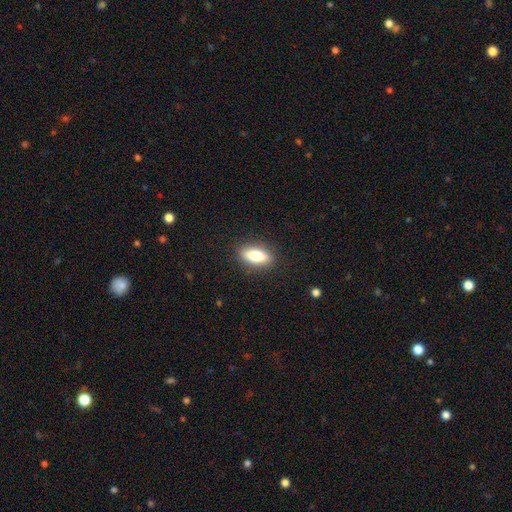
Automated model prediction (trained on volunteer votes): Q: Smooth or featured?
A: smooth (81%); runner-up: featured or disk (12%)
Q: How rounded?
A: in between (75%); runner-up: cigar-shaped (21%)
Q: Merging?
A: none (88%); runner-up: minor disturbance (9%)